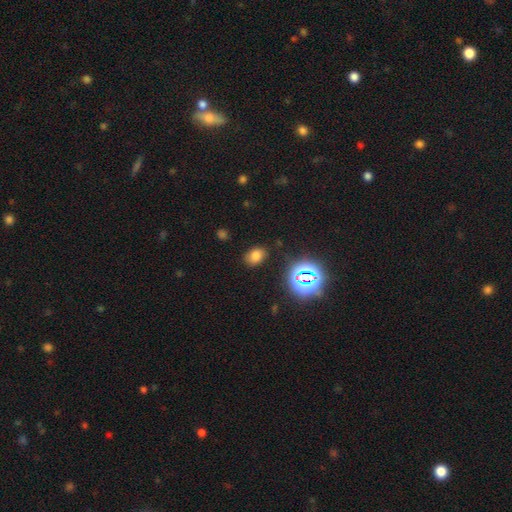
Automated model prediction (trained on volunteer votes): A smooth galaxy with no disk features (71%) that is in between round and cigar-shaped (73%).

Vote fractions:
- Smooth or featured? smooth: 71% / star or artifact: 21% / featured or disk: 8%
- How rounded? in between: 73% / round: 26% / cigar-shaped: 1%
- Merging? none: 83% / minor disturbance: 12% / major disturbance: 3% / merger: 2%